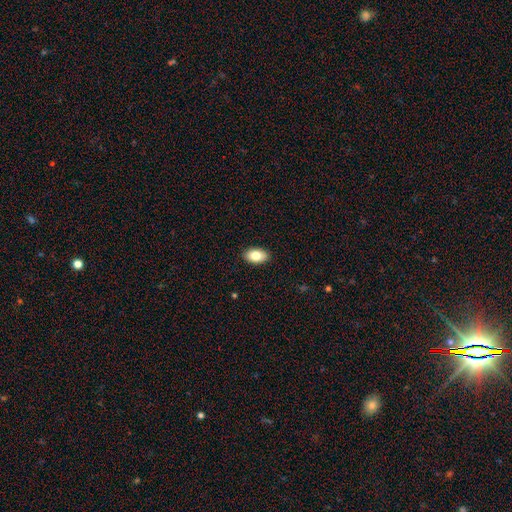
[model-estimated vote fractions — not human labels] smooth_or_featured: smooth (p=0.82) [alt: featured or disk p=0.10]
how_rounded: in between (p=0.92) [alt: round p=0.06]
merging: none (p=0.90) [alt: minor disturbance p=0.07]